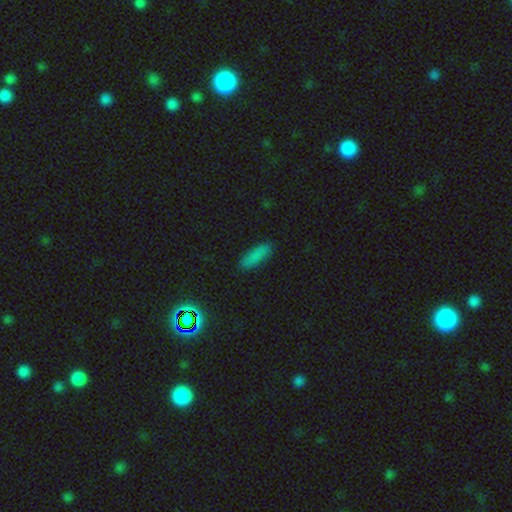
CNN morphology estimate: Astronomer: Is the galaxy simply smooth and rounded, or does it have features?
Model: smooth — 81%.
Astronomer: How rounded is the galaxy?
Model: in between — 50% (runner-up: cigar-shaped, 48%).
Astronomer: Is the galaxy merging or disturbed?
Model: none — 86%.